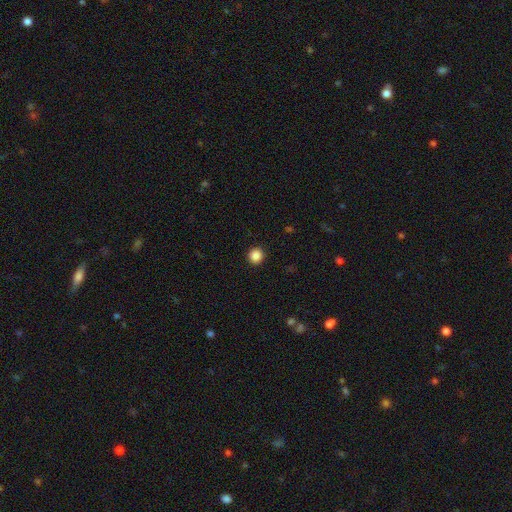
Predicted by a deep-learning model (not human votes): This appears to be a smooth galaxy with no disk features (87%) that is round (93%). Merging: none (93%).